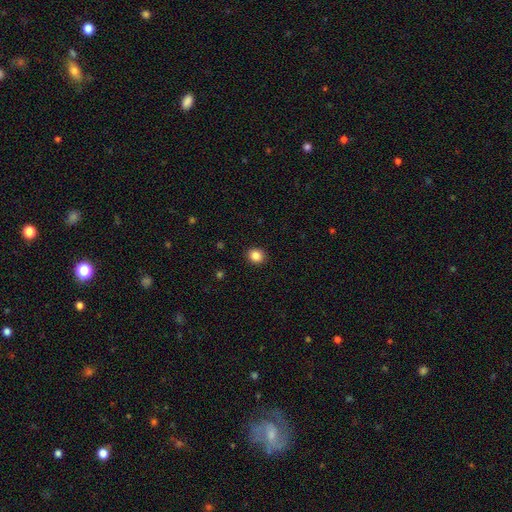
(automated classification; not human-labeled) A smooth galaxy with no disk features (85%) that is round (78%).

Vote fractions:
- Smooth or featured? smooth: 85% / star or artifact: 10% / featured or disk: 4%
- How rounded? round: 78% / in between: 21% / cigar-shaped: 1%
- Merging? none: 92% / minor disturbance: 6% / major disturbance: 2% / merger: 1%